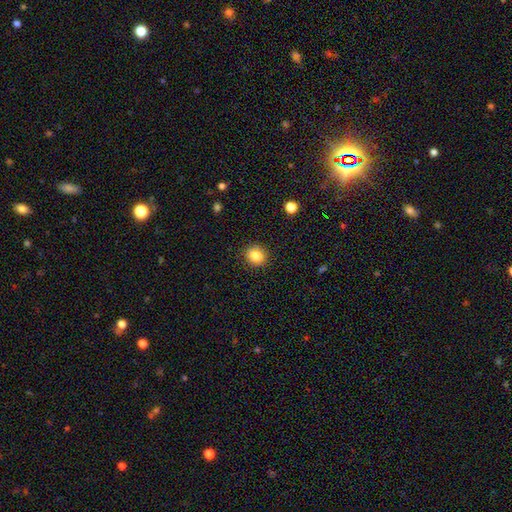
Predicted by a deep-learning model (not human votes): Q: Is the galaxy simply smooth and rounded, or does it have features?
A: smooth — 84%.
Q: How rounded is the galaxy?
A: round — 82%.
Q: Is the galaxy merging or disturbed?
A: none — 90%.